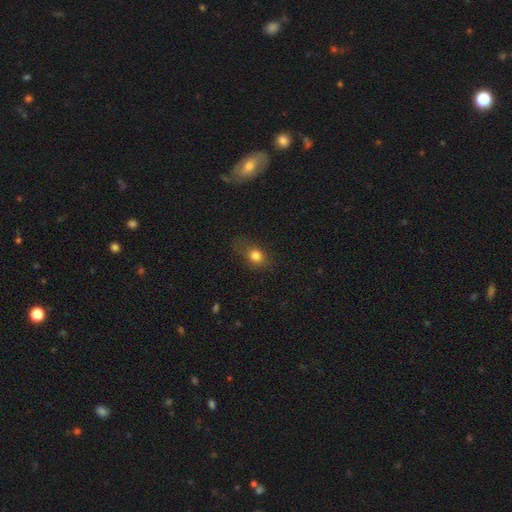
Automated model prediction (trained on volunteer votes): Q: Smooth or featured?
A: smooth (78%); runner-up: star or artifact (13%)
Q: How rounded?
A: in between (56%); runner-up: round (41%)
Q: Merging?
A: none (63%); runner-up: minor disturbance (24%)